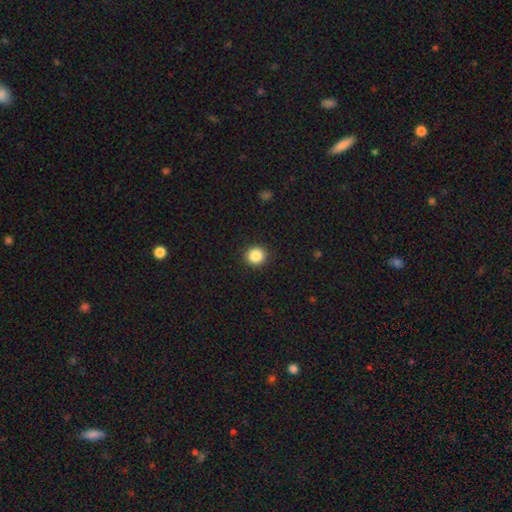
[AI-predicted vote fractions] Smooth or featured? Predicted: smooth (p=0.86). How rounded? Predicted: round (p=0.92). Merging? Predicted: none (p=0.92).